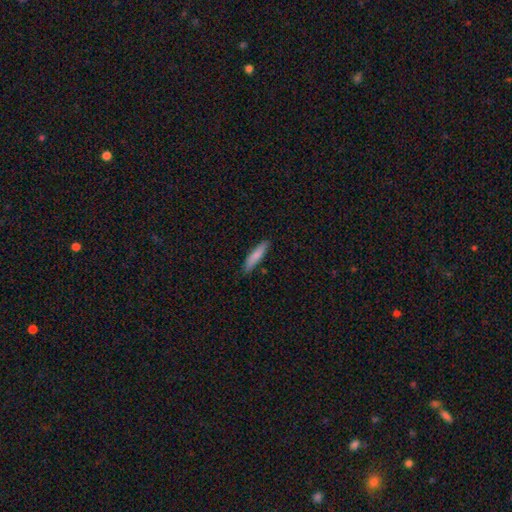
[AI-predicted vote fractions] Morphology: type=smooth (81%); roundness=cigar-shaped (82%); merging=none (85%).